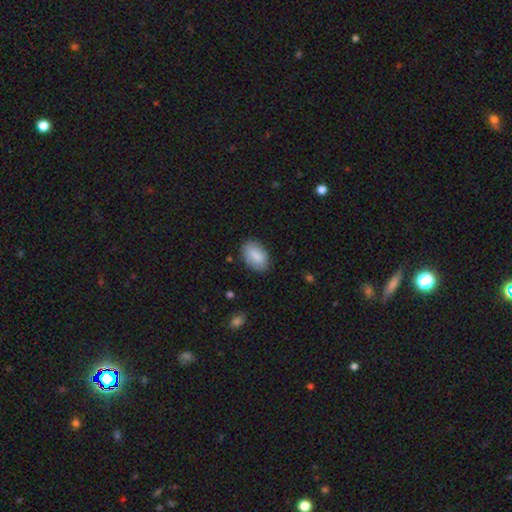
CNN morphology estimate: smooth_or_featured: smooth (p=0.87) [alt: featured or disk p=0.07]
how_rounded: in between (p=0.92) [alt: round p=0.07]
merging: none (p=0.83) [alt: minor disturbance p=0.13]